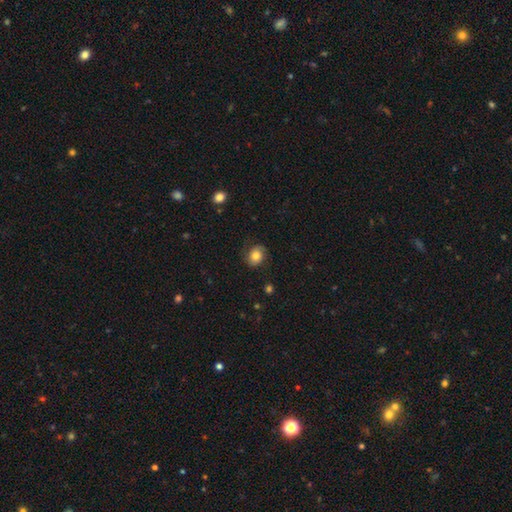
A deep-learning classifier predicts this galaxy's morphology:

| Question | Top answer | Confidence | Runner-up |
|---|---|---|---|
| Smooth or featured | smooth | 70% | featured or disk (21%) |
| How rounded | round | 52% | in between (47%) |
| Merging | none | 76% | minor disturbance (17%) |